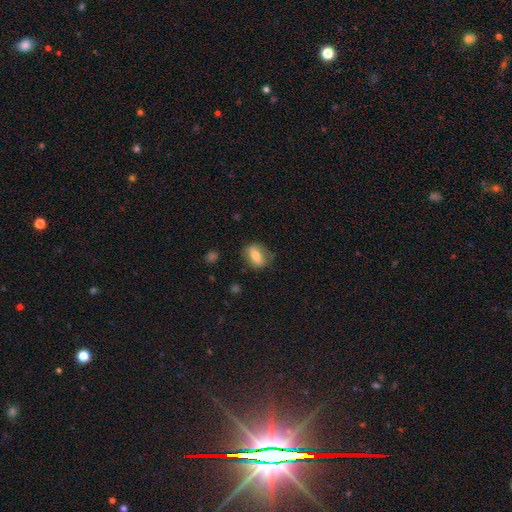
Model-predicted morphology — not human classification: smooth 66%, featured or disk 26%, star or artifact 8%. Down the decision tree: how rounded — in between (73%); merging — none (75%).